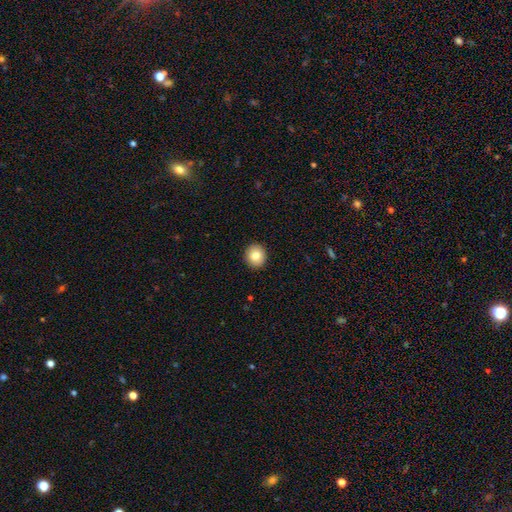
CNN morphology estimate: Overall: smooth (83%). How rounded: round (88%). Merging: none (92%).